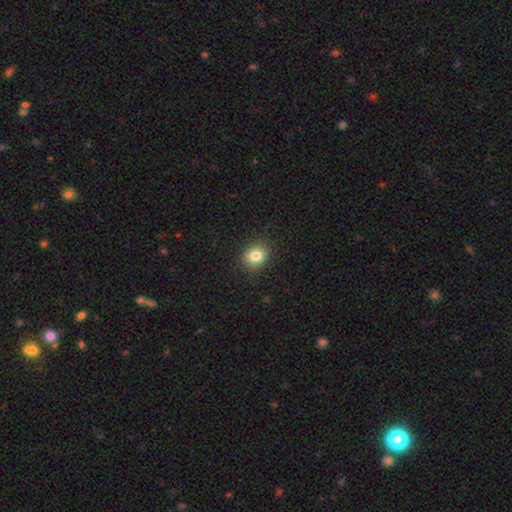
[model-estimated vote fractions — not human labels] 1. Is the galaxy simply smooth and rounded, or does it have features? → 82% smooth, 11% star or artifact, 7% featured or disk.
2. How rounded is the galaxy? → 60% round, 39% in between, 1% cigar-shaped.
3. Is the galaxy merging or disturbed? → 86% none, 11% minor disturbance, 3% major disturbance, 1% merger.